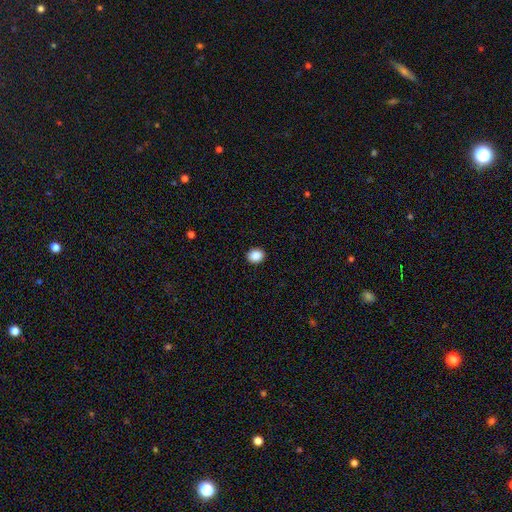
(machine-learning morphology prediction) Smooth or featured: smooth — 89% (star or artifact — 8%)
How rounded: round — 63% (in between — 36%)
Merging: none — 92% (minor disturbance — 6%)